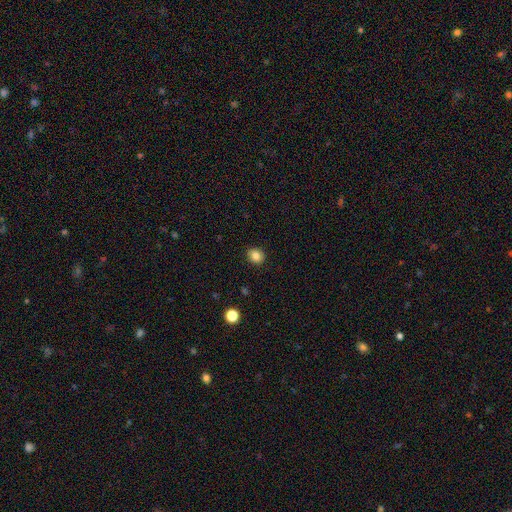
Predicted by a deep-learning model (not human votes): Morphology: type=smooth (83%); roundness=round (70%); merging=none (90%).